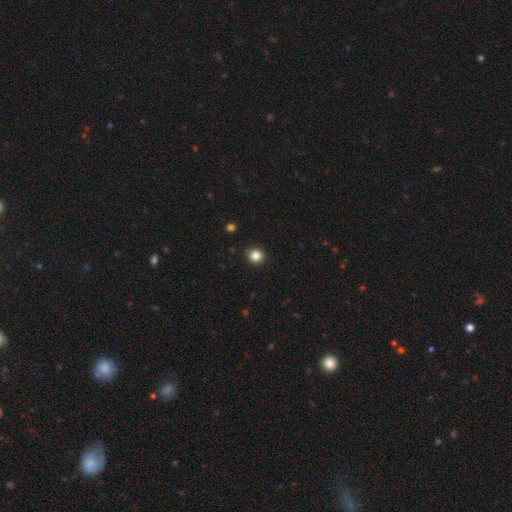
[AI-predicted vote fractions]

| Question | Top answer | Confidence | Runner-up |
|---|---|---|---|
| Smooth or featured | smooth | 84% | star or artifact (11%) |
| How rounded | round | 86% | in between (13%) |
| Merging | none | 91% | minor disturbance (6%) |